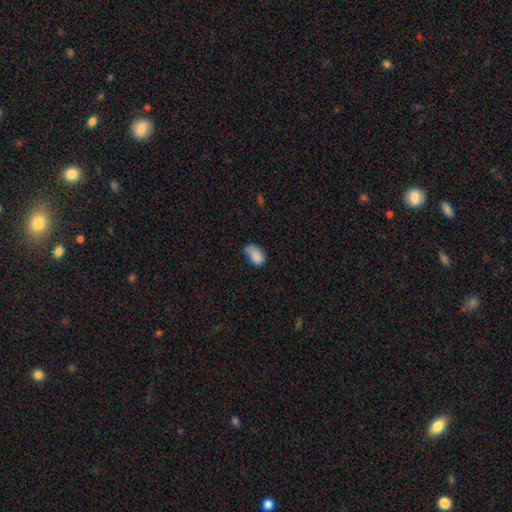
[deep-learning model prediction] Q: Smooth or featured?
A: smooth (83%); runner-up: featured or disk (9%)
Q: How rounded?
A: in between (92%); runner-up: round (6%)
Q: Merging?
A: none (40%); tied with: minor disturbance (40%)